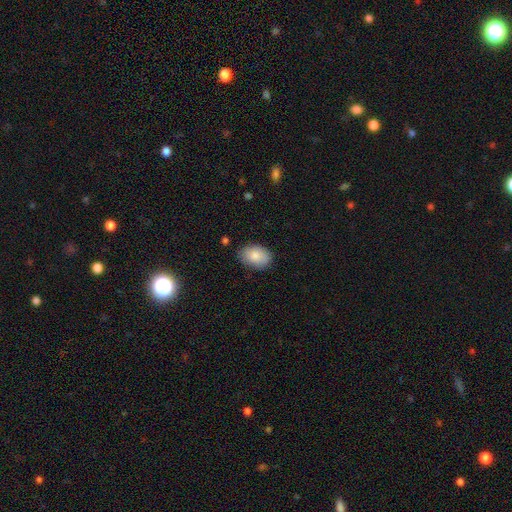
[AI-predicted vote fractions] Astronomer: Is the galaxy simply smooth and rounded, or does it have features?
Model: smooth — 85%.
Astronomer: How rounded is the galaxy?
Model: in between — 85%.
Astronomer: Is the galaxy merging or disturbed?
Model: none — 81%.